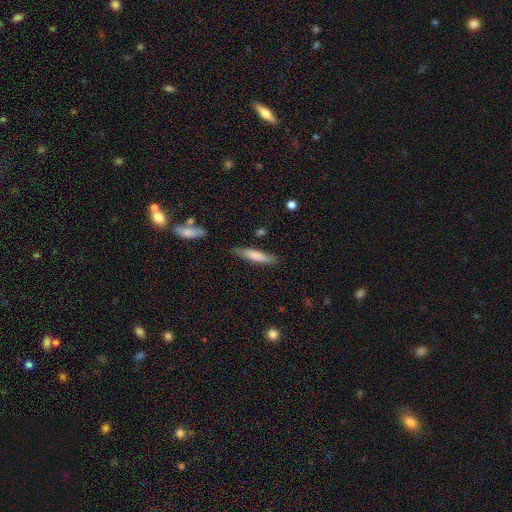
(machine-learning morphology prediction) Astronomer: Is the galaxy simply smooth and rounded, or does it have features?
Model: smooth — 75%.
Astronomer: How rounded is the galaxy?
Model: cigar-shaped — 80%.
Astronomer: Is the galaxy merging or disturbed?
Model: none — 79%.